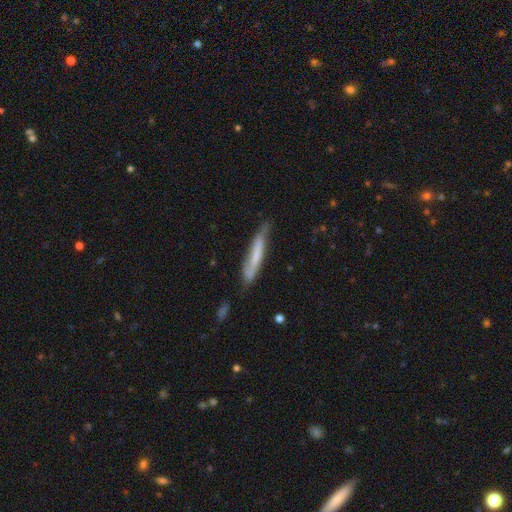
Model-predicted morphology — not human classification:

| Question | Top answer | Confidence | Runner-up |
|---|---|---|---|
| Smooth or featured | smooth | 54% | featured or disk (40%) |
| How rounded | cigar-shaped | 93% | in between (6%) |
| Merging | none | 66% | minor disturbance (25%) |